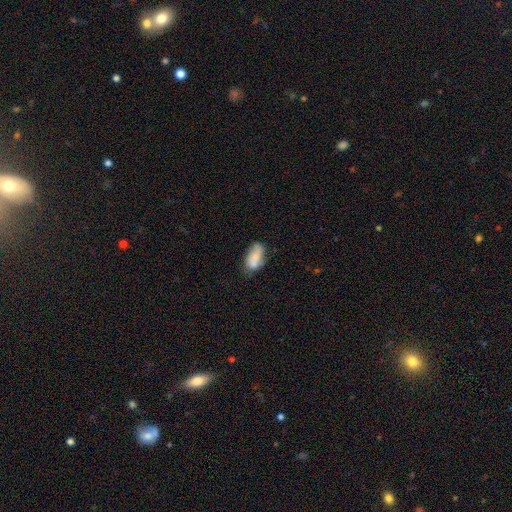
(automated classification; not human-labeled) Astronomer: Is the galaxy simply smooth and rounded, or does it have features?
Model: smooth — 71%.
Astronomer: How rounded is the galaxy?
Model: in between — 89%.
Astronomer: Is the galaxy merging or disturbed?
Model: none — 50% (runner-up: minor disturbance, 30%).